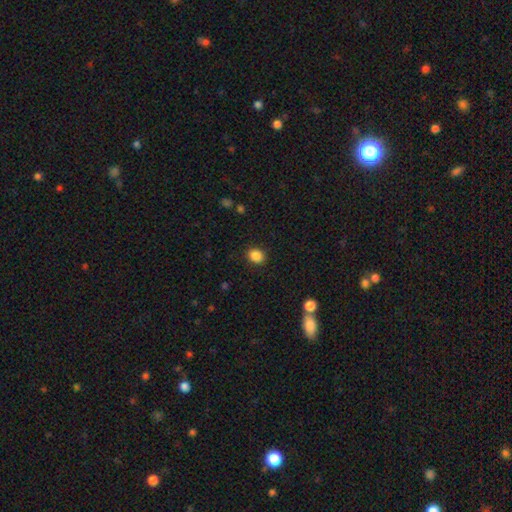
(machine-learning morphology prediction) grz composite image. It shows a smooth galaxy with no disk features (87%) that is round (53%). Merging: none (89%).